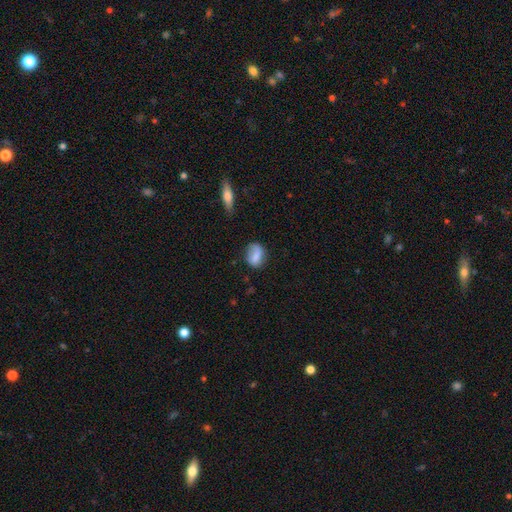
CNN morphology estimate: This appears to be a smooth galaxy with no disk features (75%) that is in between round and cigar-shaped (63%). Merging: none (58%).